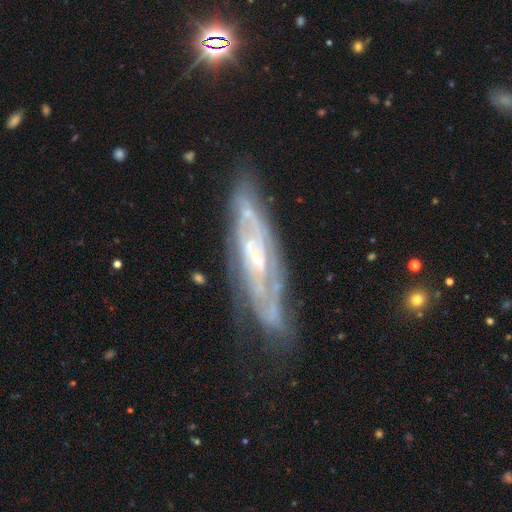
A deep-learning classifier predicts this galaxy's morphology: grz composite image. It shows a featured or disk galaxy (82%) with no bar (53%), spiral arms (85%) and a small central bulge (68%). Merging: none (70%).